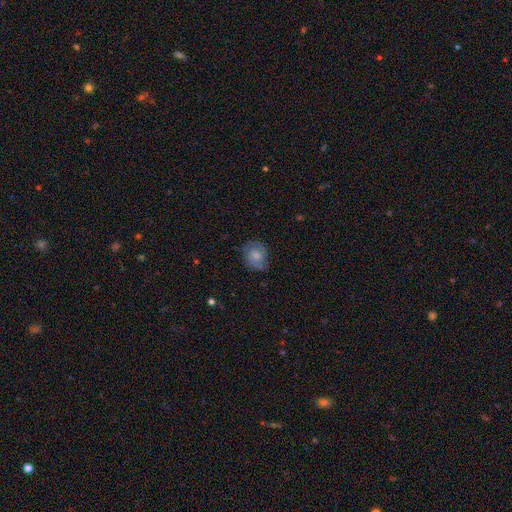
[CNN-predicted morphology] Q: Smooth or featured?
A: smooth (61%); runner-up: featured or disk (30%)
Q: How rounded?
A: round (65%); runner-up: in between (33%)
Q: Merging?
A: none (69%); runner-up: minor disturbance (23%)